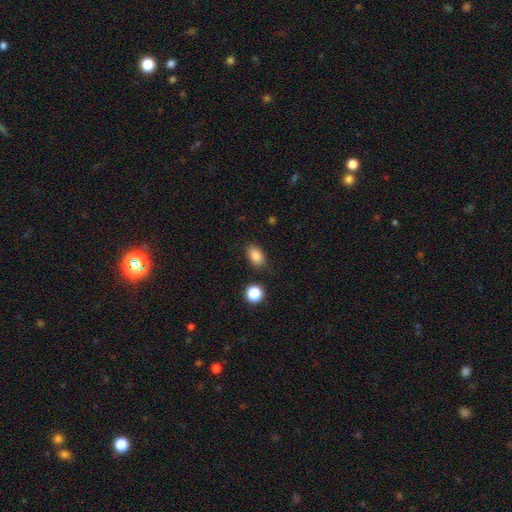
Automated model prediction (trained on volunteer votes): Q: Smooth or featured?
A: smooth (85%); runner-up: star or artifact (10%)
Q: How rounded?
A: in between (86%); runner-up: round (12%)
Q: Merging?
A: none (84%); runner-up: minor disturbance (11%)